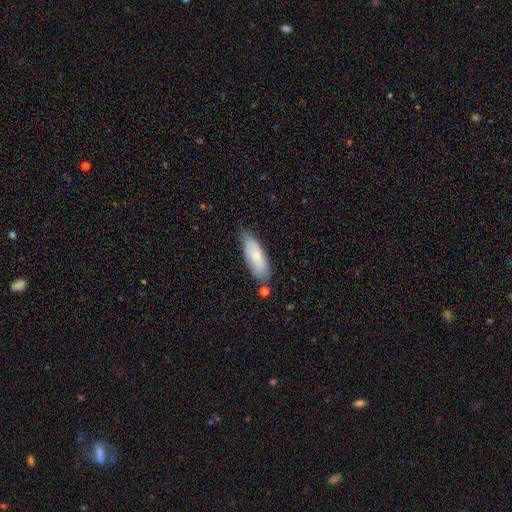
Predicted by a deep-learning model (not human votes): smooth-or-featured: smooth: 68% | featured or disk: 26% | star or artifact: 6%
  how-rounded: in between: 61% | cigar-shaped: 37% | round: 2%
  merging: none: 69% | minor disturbance: 22% | merger: 5% | major disturbance: 4%